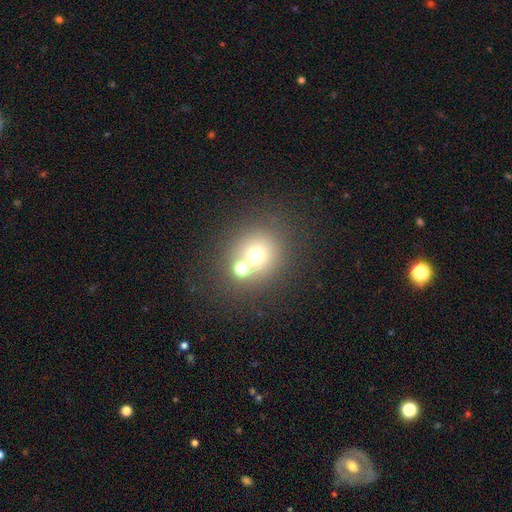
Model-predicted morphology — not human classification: Q: Smooth or featured?
A: smooth (65%); runner-up: star or artifact (19%)
Q: How rounded?
A: round (85%); runner-up: in between (14%)
Q: Merging?
A: none (59%); runner-up: merger (30%)